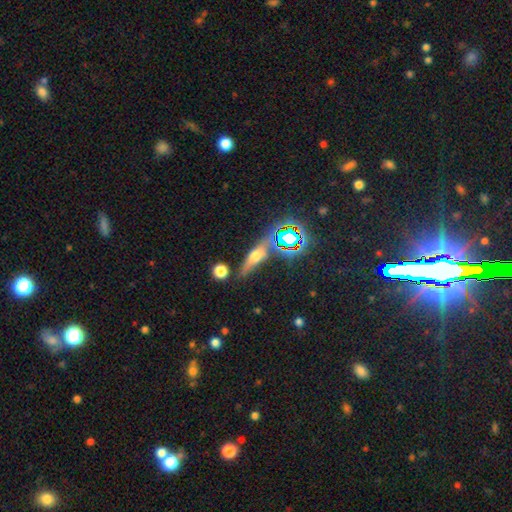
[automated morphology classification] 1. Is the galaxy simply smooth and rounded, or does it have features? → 42% featured or disk, 38% smooth, 20% star or artifact.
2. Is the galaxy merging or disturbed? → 73% none, 15% minor disturbance, 7% merger, 6% major disturbance.